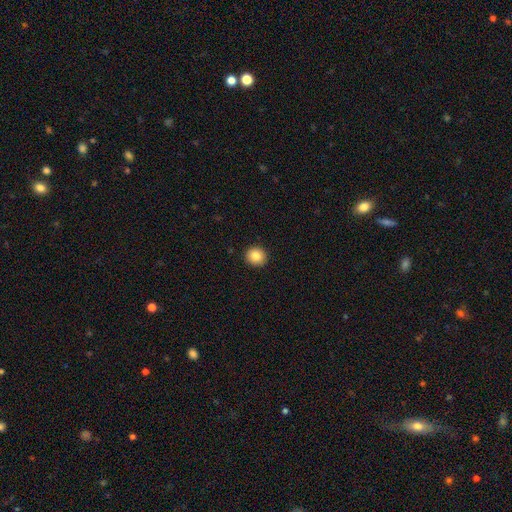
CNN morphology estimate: Q: Smooth or featured?
A: smooth (84%); runner-up: star or artifact (9%)
Q: How rounded?
A: round (89%); runner-up: in between (10%)
Q: Merging?
A: none (92%); runner-up: minor disturbance (5%)